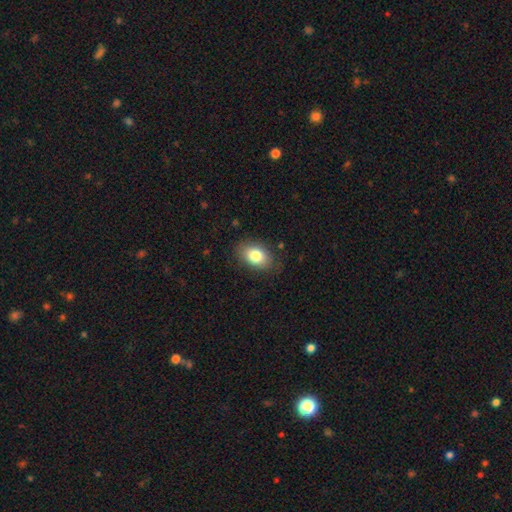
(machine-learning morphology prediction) Overall: smooth (81%). How rounded: in between (85%). Merging: none (82%).